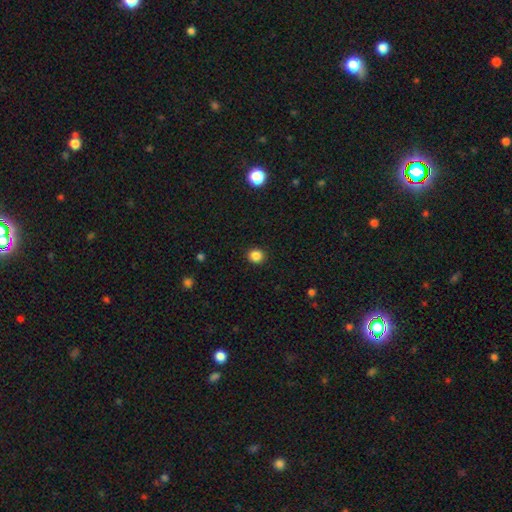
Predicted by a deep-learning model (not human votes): This appears to be a smooth galaxy with no disk features (86%) that is round (86%). Merging: none (92%).